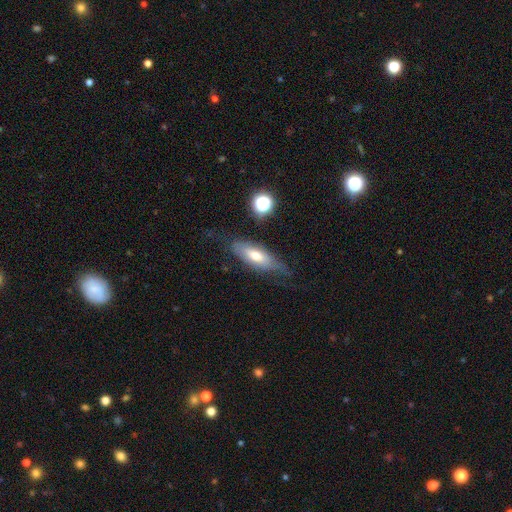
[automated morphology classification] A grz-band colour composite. It shows a smooth galaxy with no disk features (52%) that is in between round and cigar-shaped (61%). Merging: none (62%).